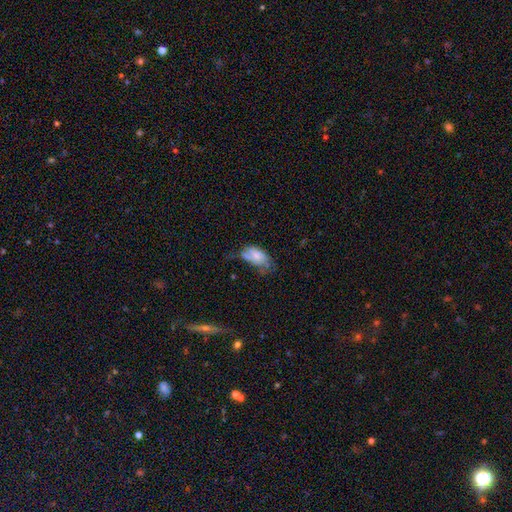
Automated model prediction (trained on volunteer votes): Smooth or featured? Predicted: smooth (p=0.63). How rounded? Predicted: in between (p=0.93). Merging? Predicted: minor disturbance (p=0.33).